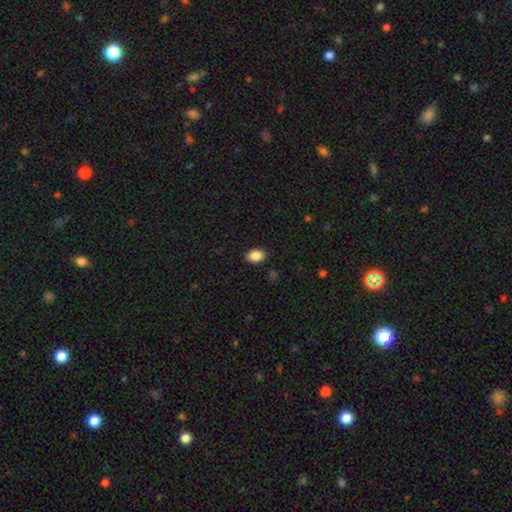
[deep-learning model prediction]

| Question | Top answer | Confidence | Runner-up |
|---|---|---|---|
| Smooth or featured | smooth | 88% | star or artifact (8%) |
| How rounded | in between | 81% | round (18%) |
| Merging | none | 88% | minor disturbance (8%) |